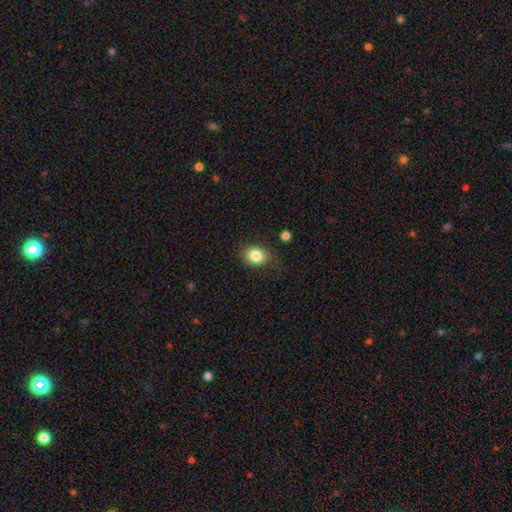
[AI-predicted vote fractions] Q: Smooth or featured?
A: smooth (83%); runner-up: star or artifact (9%)
Q: How rounded?
A: in between (52%); runner-up: round (47%)
Q: Merging?
A: none (72%); runner-up: minor disturbance (20%)